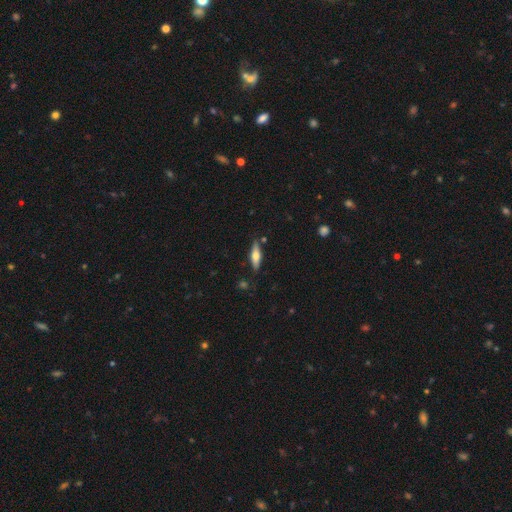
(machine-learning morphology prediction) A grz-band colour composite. It shows a smooth galaxy with no disk features (50%) that is cigar-shaped (55%). Merging: none (83%).